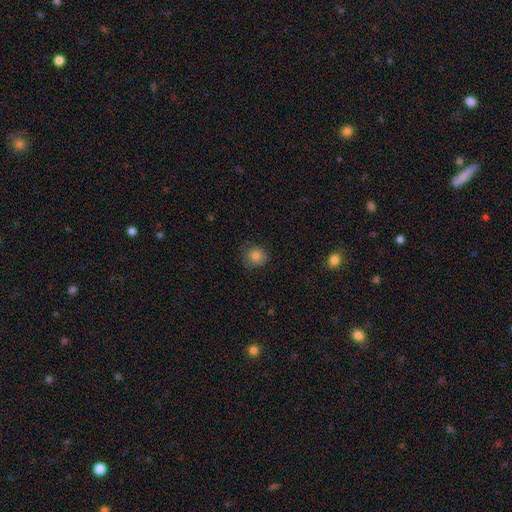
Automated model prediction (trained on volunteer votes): smooth 80%, star or artifact 10%, featured or disk 10%. Down the decision tree: how rounded — round (85%); merging — none (76%).